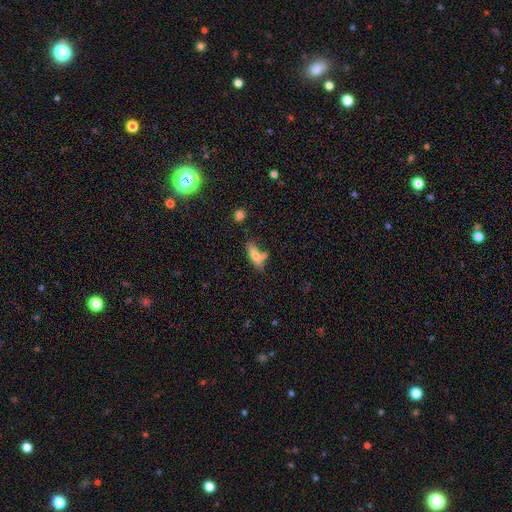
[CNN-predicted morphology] Smooth or featured? smooth (67%)
How rounded? in between (53%)
Merging? none (59%)